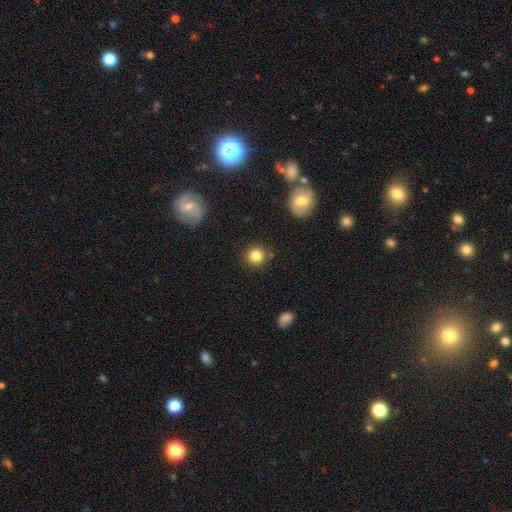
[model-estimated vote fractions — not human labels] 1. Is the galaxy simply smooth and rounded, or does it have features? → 83% smooth, 11% star or artifact, 6% featured or disk.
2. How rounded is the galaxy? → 92% round, 7% in between, 1% cigar-shaped.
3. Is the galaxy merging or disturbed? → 87% none, 8% minor disturbance, 3% merger, 2% major disturbance.